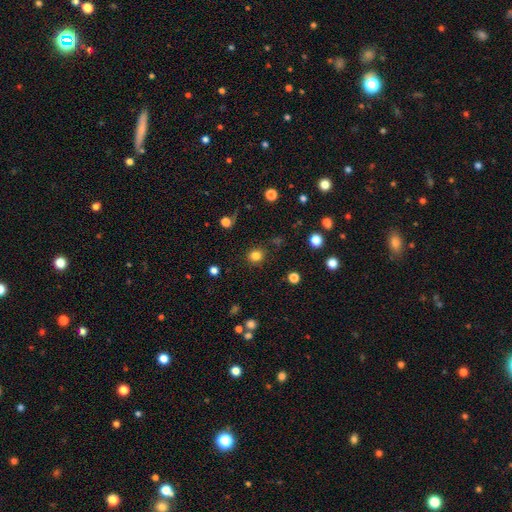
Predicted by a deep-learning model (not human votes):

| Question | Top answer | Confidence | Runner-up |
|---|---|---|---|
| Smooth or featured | smooth | 82% | star or artifact (13%) |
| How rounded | round | 87% | in between (12%) |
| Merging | none | 88% | minor disturbance (7%) |